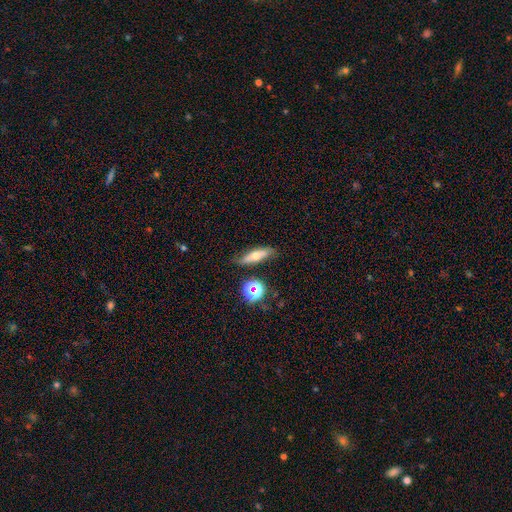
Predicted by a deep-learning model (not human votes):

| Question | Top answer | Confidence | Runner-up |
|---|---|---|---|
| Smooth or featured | smooth | 49% | featured or disk (40%) |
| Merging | none | 73% | minor disturbance (18%) |